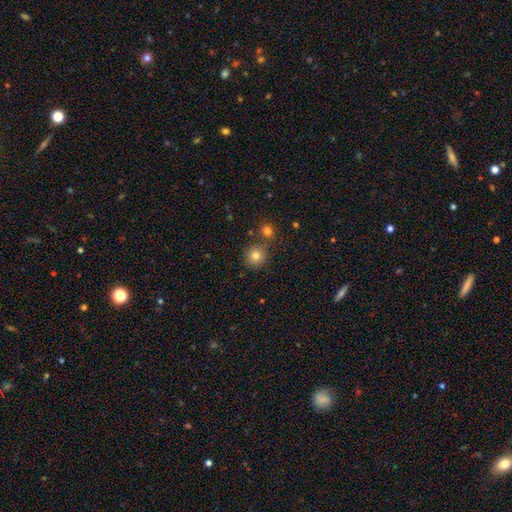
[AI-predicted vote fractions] This is clearly a smooth galaxy (81%). How rounded: clearly round (91%). Merging: likely none (76%).